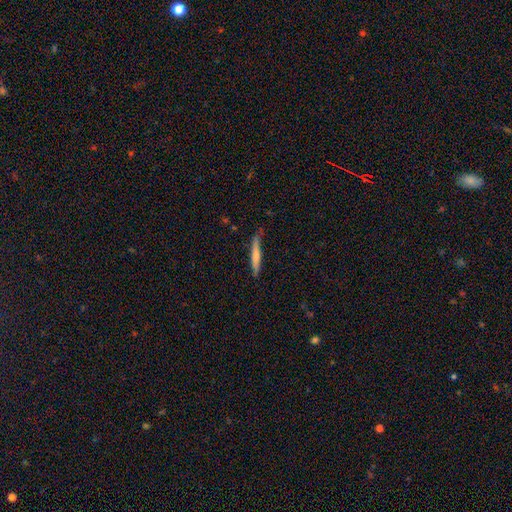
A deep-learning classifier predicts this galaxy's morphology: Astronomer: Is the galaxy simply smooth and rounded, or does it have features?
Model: smooth — 62%.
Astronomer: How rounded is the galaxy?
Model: cigar-shaped — 94%.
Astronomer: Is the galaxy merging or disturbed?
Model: none — 77%.